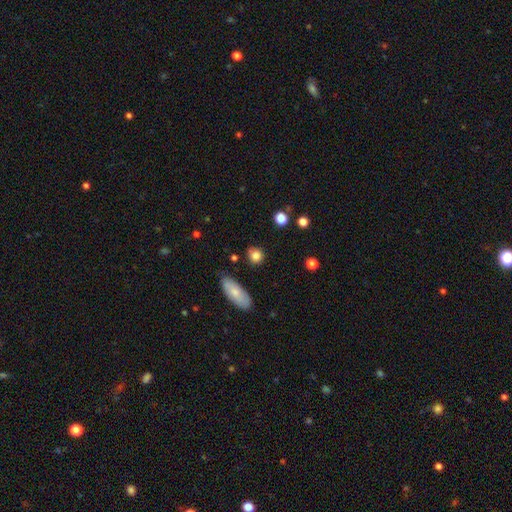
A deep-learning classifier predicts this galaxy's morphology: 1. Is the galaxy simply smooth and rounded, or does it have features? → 83% smooth, 9% star or artifact, 8% featured or disk.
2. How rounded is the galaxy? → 80% round, 18% in between, 2% cigar-shaped.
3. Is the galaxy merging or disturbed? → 82% none, 11% minor disturbance, 3% major disturbance, 3% merger.